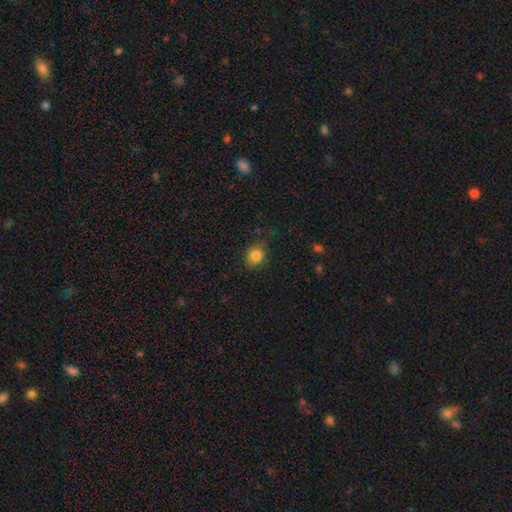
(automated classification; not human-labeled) A smooth galaxy with no disk features (83%) that is round (74%).

Vote fractions:
- Smooth or featured? smooth: 83% / star or artifact: 11% / featured or disk: 6%
- How rounded? round: 74% / in between: 25% / cigar-shaped: 1%
- Merging? none: 74% / minor disturbance: 19% / major disturbance: 5% / merger: 1%